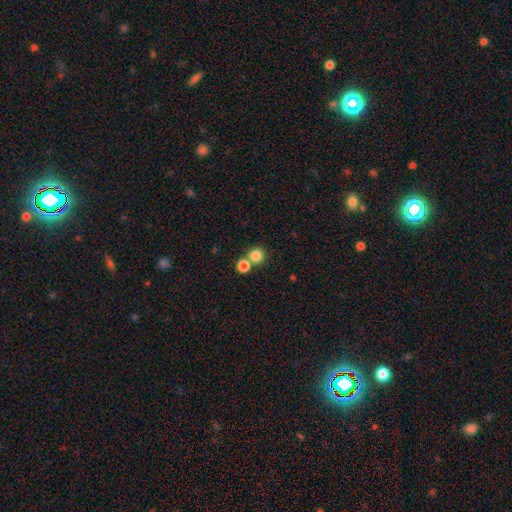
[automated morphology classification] type=smooth (82%); roundness=round (91%); merging=none (61%).